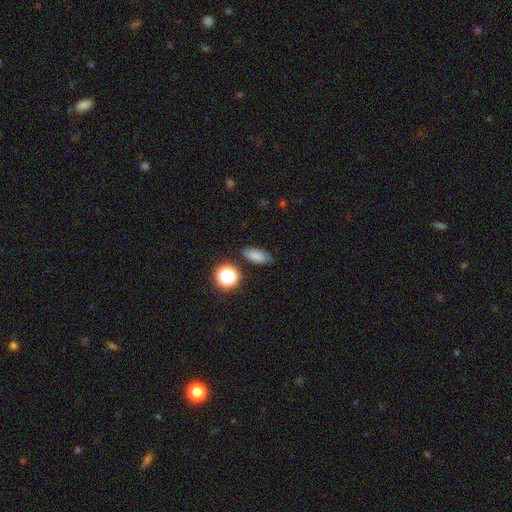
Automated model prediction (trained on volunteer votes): smooth_or_featured: smooth (p=0.79) [alt: star or artifact p=0.13]
how_rounded: in between (p=0.77) [alt: cigar-shaped p=0.13]
merging: none (p=0.81) [alt: minor disturbance p=0.13]